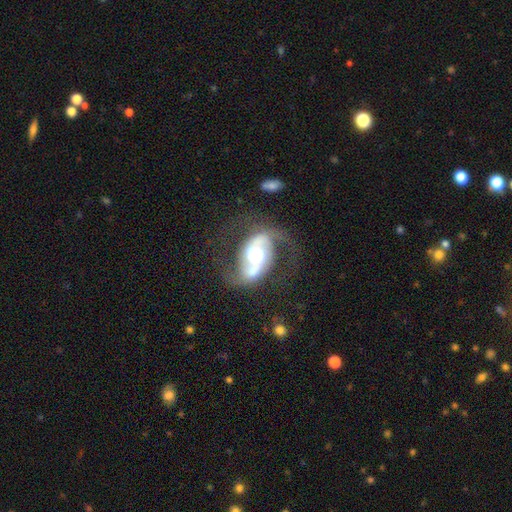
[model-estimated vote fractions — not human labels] featured or disk 83%, smooth 11%, star or artifact 6%. Down the decision tree: edge-on disk — no (96%); bar — no (42%); spiral arms — yes (91%); spiral arm count — 2 (91%); spiral winding — medium (44%, tied with loose); bulge size — moderate (53%); merging — none (57%).